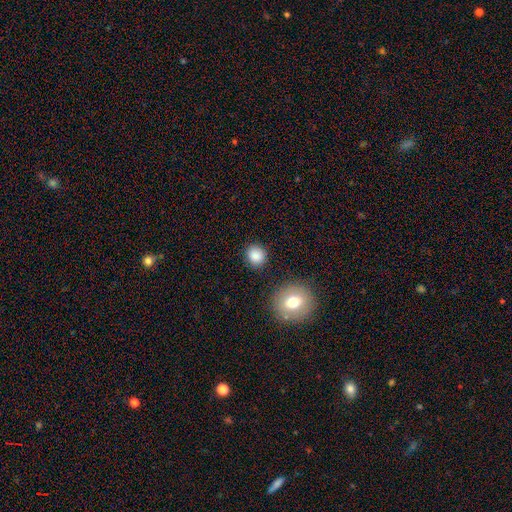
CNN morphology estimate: This appears to be a smooth galaxy with no disk features (86%) that is round (82%). Merging: none (85%).